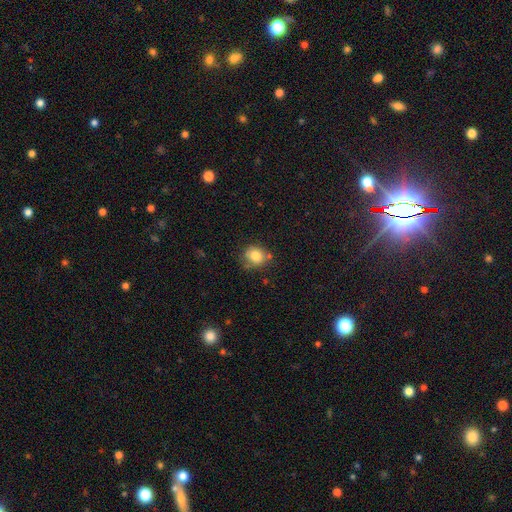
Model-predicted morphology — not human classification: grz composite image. It shows a smooth galaxy with no disk features (81%) that is round (77%). Merging: none (65%).